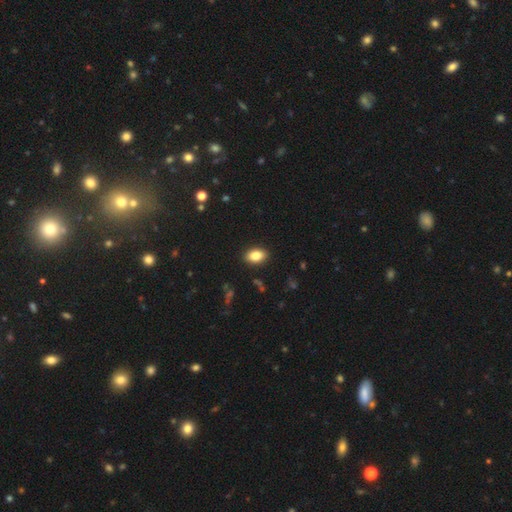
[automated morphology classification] Smooth or featured?
  - smooth: 83% *
  - featured or disk: 8%
  - star or artifact: 8%
How rounded?
  - in between: 89% *
  - round: 10%
  - cigar-shaped: 2%
Merging?
  - none: 89% *
  - minor disturbance: 8%
  - major disturbance: 2%
  - merger: 1%